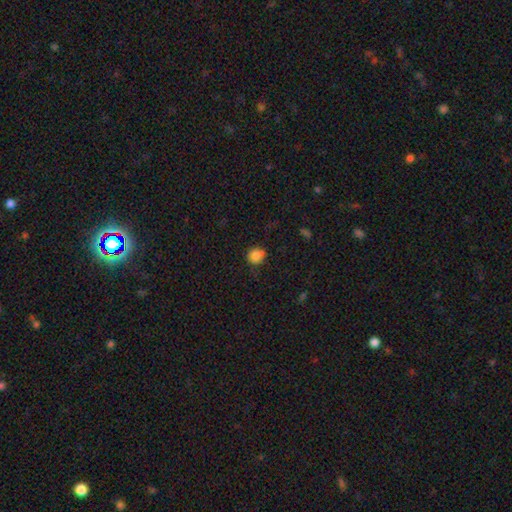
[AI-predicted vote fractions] smooth 83%, star or artifact 11%, featured or disk 6%. Down the decision tree: how rounded — round (83%); merging — none (64%).